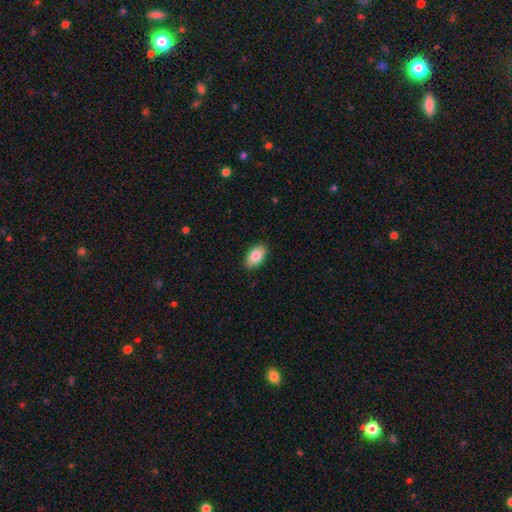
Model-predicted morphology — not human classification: Smooth or featured? Predicted: smooth (p=0.84). How rounded? Predicted: in between (p=0.93). Merging? Predicted: none (p=0.87).